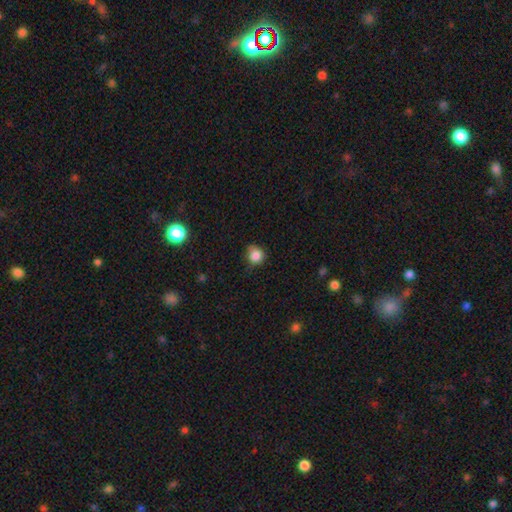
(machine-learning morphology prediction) Smooth or featured?
  - smooth: 83% *
  - star or artifact: 11%
  - featured or disk: 5%
How rounded?
  - round: 82% *
  - in between: 17%
  - cigar-shaped: 1%
Merging?
  - none: 61% *
  - minor disturbance: 31%
  - major disturbance: 6%
  - merger: 2%